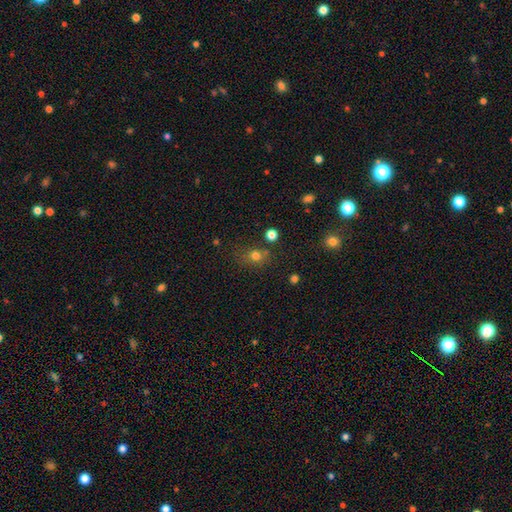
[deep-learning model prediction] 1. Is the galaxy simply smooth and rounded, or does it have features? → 75% smooth, 18% star or artifact, 8% featured or disk.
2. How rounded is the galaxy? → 69% round, 30% in between, 1% cigar-shaped.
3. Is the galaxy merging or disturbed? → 68% none, 15% minor disturbance, 11% merger, 6% major disturbance.